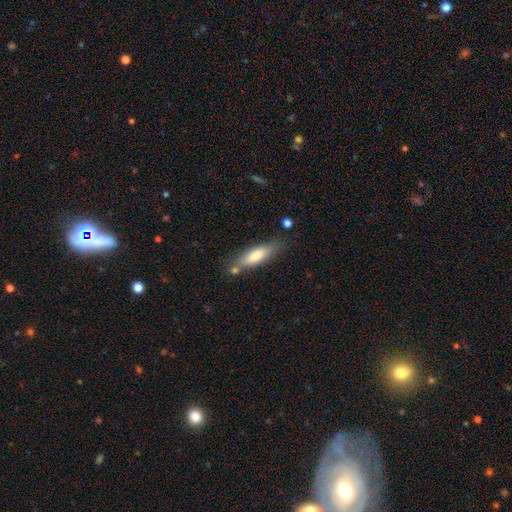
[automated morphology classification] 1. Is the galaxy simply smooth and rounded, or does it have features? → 68% smooth, 25% featured or disk, 7% star or artifact.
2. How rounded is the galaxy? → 58% cigar-shaped, 40% in between, 2% round.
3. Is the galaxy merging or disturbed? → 71% none, 17% minor disturbance, 8% merger, 4% major disturbance.